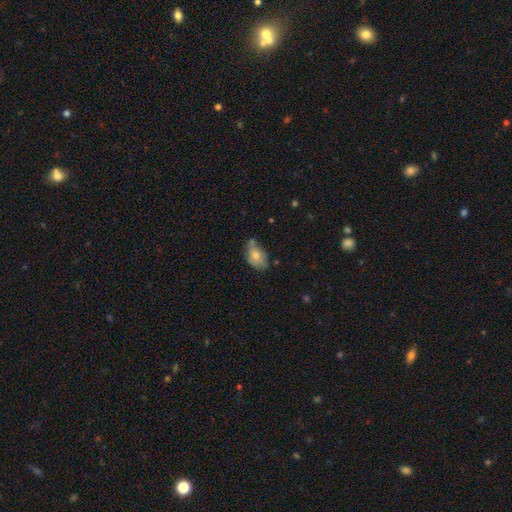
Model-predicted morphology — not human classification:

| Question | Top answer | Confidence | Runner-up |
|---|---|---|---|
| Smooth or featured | smooth | 70% | featured or disk (22%) |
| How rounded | in between | 87% | round (11%) |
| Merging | none | 47% | minor disturbance (34%) |